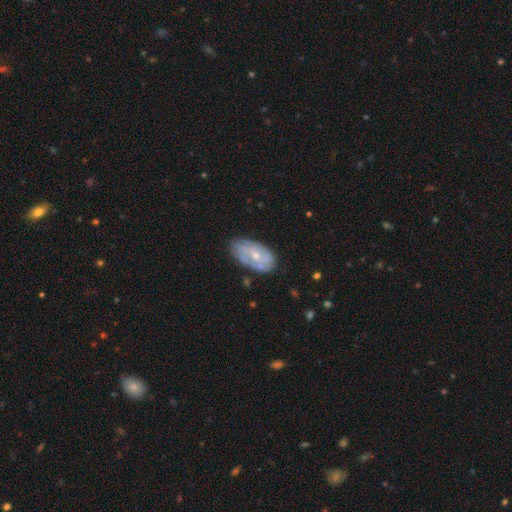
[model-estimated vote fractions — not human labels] Smooth or featured? Predicted: featured or disk (p=0.62). Edge-on disk? Predicted: no (p=0.94). Bar? Predicted: no (p=0.62). Spiral arms? Predicted: yes (p=0.68). Bulge size? Predicted: small (p=0.54). Merging? Predicted: none (p=0.69).